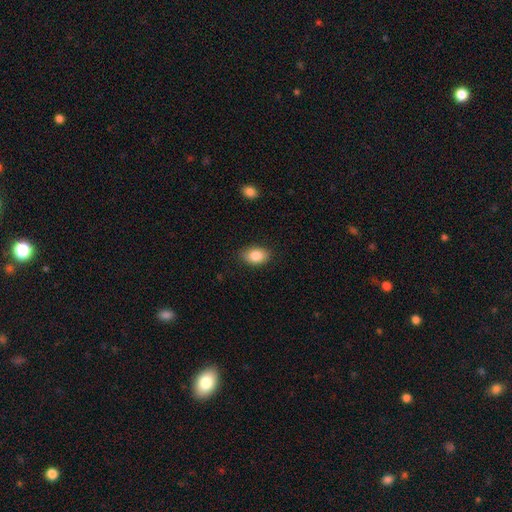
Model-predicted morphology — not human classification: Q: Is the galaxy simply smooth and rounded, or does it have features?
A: smooth — 85%.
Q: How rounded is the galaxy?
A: in between — 86%.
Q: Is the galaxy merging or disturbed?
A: none — 86%.